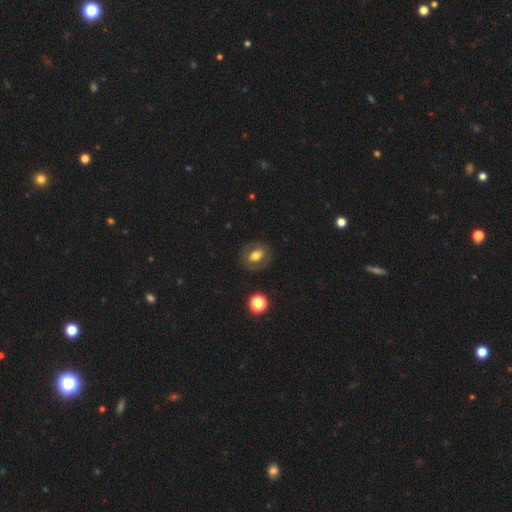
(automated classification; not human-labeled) The model was most divided on "how rounded": in between: 51%, round: 47%, cigar-shaped: 1%. More confident: merging — none (83%); smooth or featured — smooth (59%).